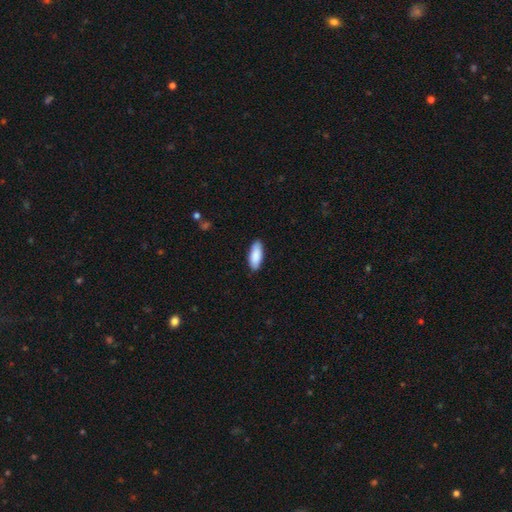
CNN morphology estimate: Smooth or featured? smooth (88%)
How rounded? in between (79%)
Merging? none (86%)